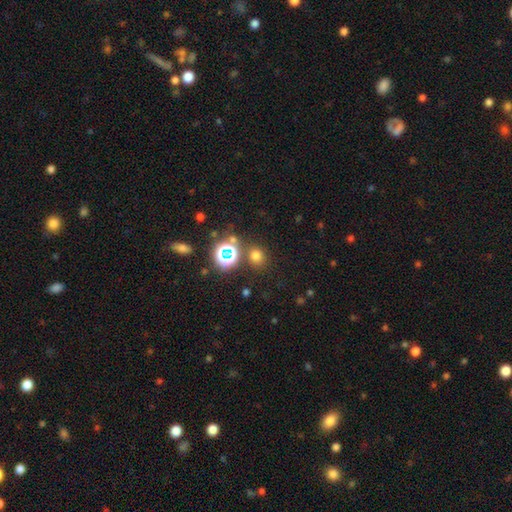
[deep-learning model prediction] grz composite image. It shows a smooth galaxy with no disk features (68%) that is round (80%). Merging: none (82%).